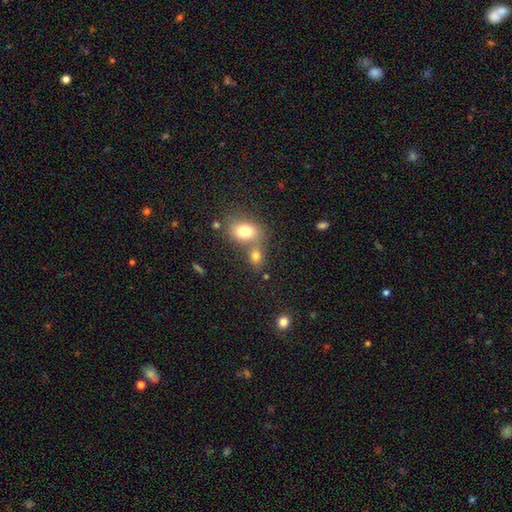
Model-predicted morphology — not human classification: The model was most divided on "merging": merger: 46%, none: 41%, minor disturbance: 9%, major disturbance: 4%. More confident: smooth or featured — smooth (77%); how rounded — in between (65%).